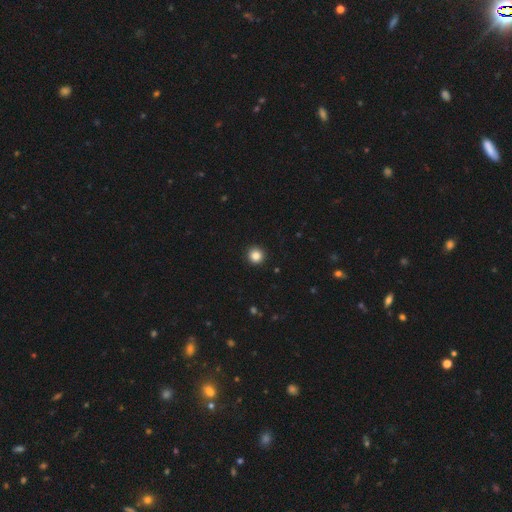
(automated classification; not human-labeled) A smooth galaxy with no disk features (86%) that is round (96%). Merging: none (94%).